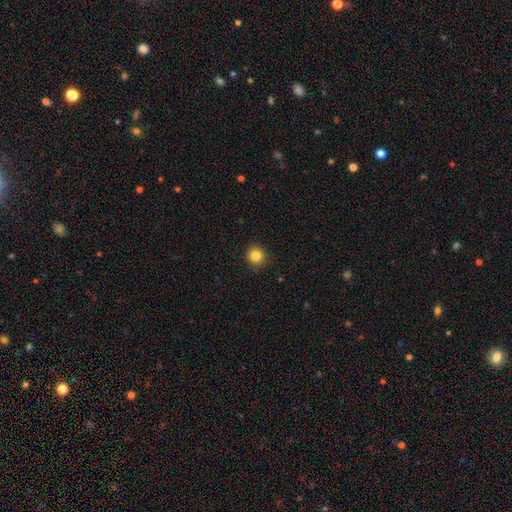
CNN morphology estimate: Q: Smooth or featured?
A: smooth (84%); runner-up: star or artifact (11%)
Q: How rounded?
A: round (93%); runner-up: in between (6%)
Q: Merging?
A: none (92%); runner-up: minor disturbance (6%)